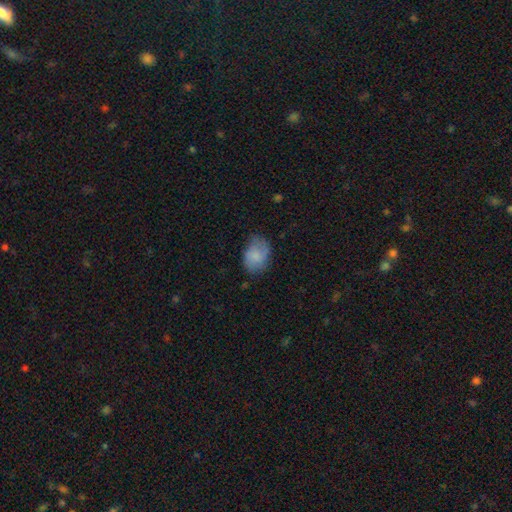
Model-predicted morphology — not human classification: smooth_or_featured: smooth (p=0.75) [alt: featured or disk p=0.17]
how_rounded: in between (p=0.76) [alt: round p=0.23]
merging: none (p=0.55) [alt: minor disturbance p=0.32]